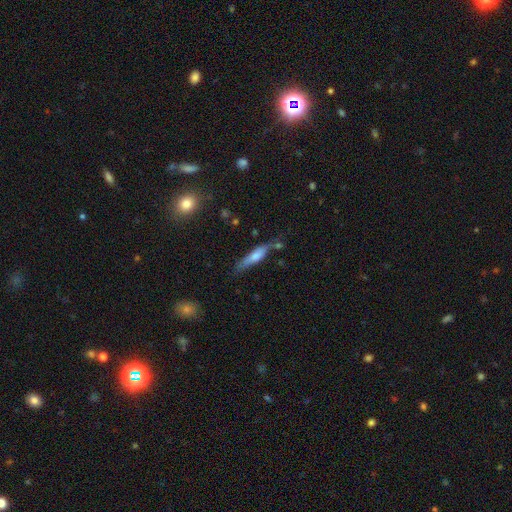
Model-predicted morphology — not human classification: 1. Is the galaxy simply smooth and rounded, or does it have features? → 59% smooth, 34% featured or disk, 7% star or artifact.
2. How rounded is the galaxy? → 78% cigar-shaped, 20% in between, 2% round.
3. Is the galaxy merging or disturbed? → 58% none, 25% minor disturbance, 9% merger, 8% major disturbance.